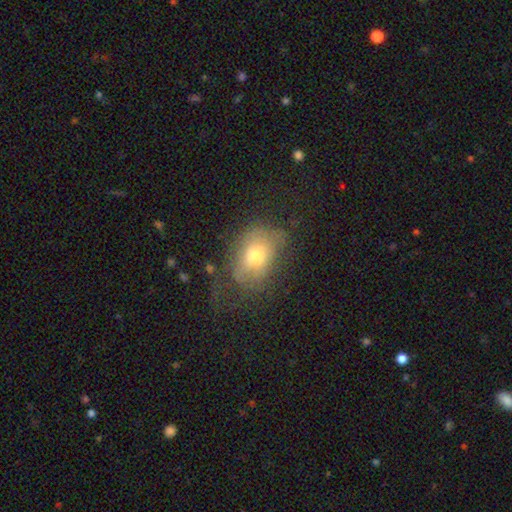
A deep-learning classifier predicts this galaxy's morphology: Smooth or featured?
  - smooth: 63% *
  - featured or disk: 26%
  - star or artifact: 11%
How rounded?
  - in between: 73% *
  - round: 26%
  - cigar-shaped: 2%
Merging?
  - none: 44% *
  - major disturbance: 28%
  - minor disturbance: 25%
  - merger: 2%